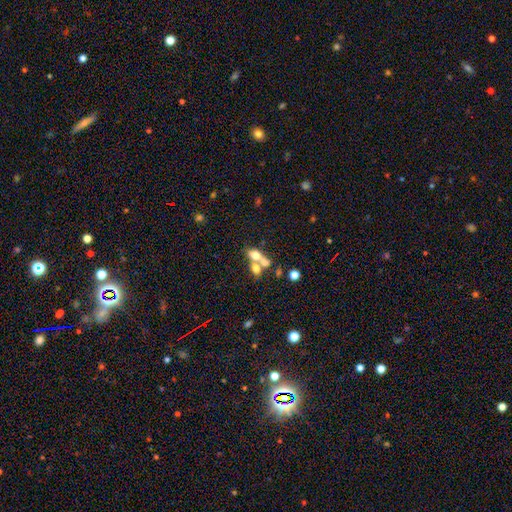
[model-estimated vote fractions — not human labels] Morphology: type=smooth (61%); roundness=in between (66%); merging=merger (62%).